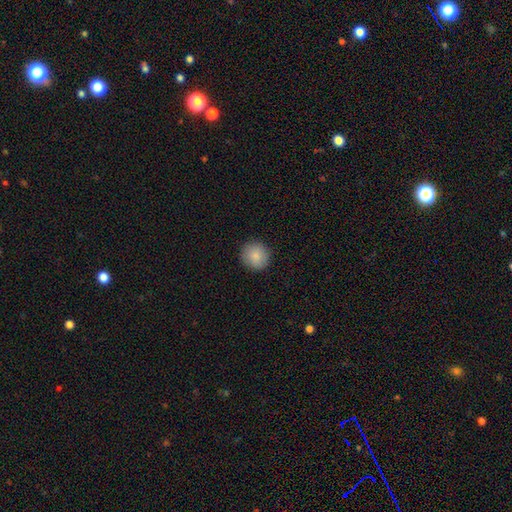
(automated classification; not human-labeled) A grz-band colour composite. It shows a smooth galaxy with no disk features (87%) that is round (93%). Merging: none (90%).